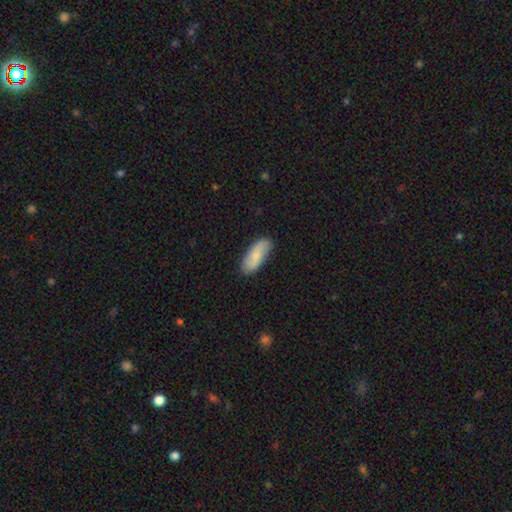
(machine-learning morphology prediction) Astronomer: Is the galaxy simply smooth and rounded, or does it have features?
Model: smooth — 78%.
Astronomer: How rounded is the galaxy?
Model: in between — 76%.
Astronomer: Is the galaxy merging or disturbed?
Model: none — 83%.